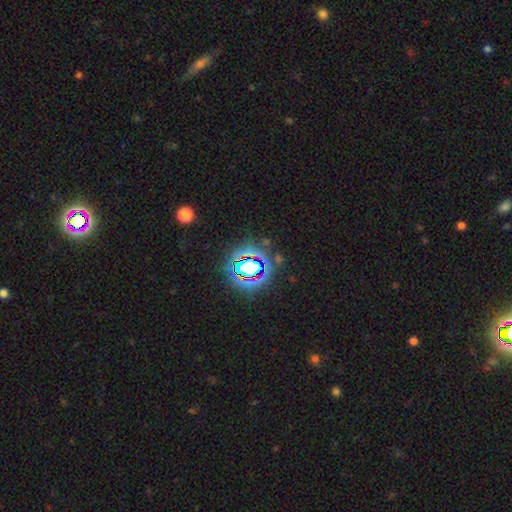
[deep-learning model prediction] smooth_or_featured: star or artifact (p=0.80) [alt: smooth p=0.12]